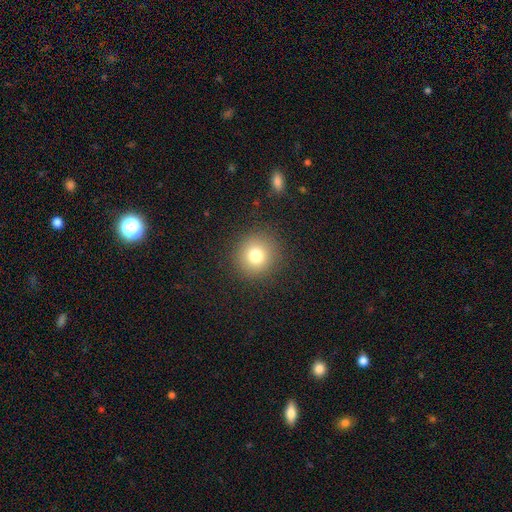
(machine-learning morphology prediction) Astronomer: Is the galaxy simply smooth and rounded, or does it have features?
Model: smooth — 78%.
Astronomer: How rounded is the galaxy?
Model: round — 93%.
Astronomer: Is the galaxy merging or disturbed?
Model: none — 90%.